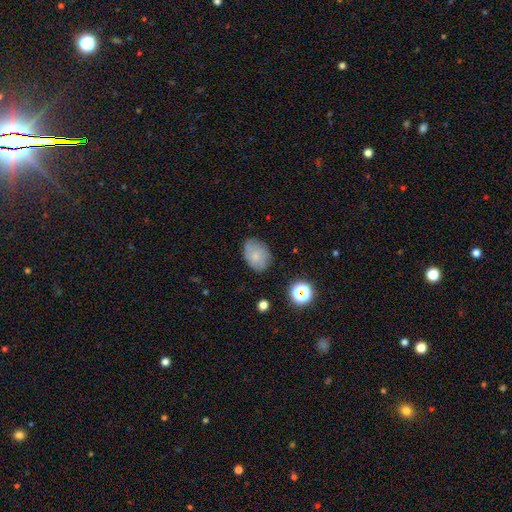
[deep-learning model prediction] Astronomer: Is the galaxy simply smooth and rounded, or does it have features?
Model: smooth — 64%.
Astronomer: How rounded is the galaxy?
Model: in between — 73%.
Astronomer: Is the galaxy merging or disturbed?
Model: none — 70%.